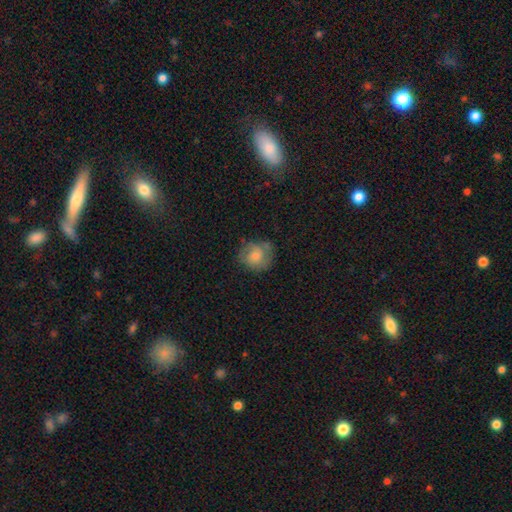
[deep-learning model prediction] Smooth or featured?
  - smooth: 62% *
  - featured or disk: 30%
  - star or artifact: 8%
How rounded?
  - round: 79% *
  - in between: 20%
  - cigar-shaped: 1%
Merging?
  - none: 62% *
  - minor disturbance: 26%
  - major disturbance: 10%
  - merger: 2%